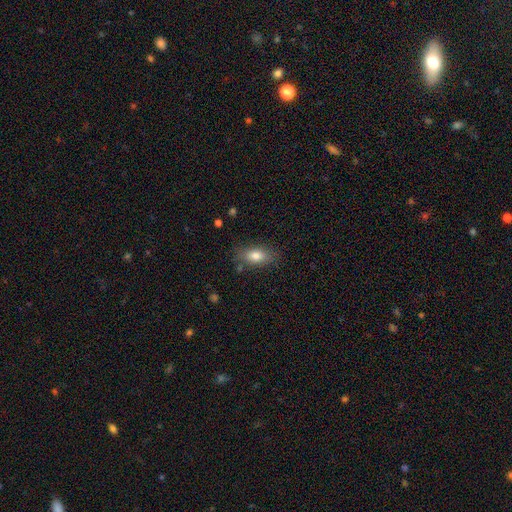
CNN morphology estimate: Smooth or featured? smooth (80%)
How rounded? in between (85%)
Merging? none (80%)